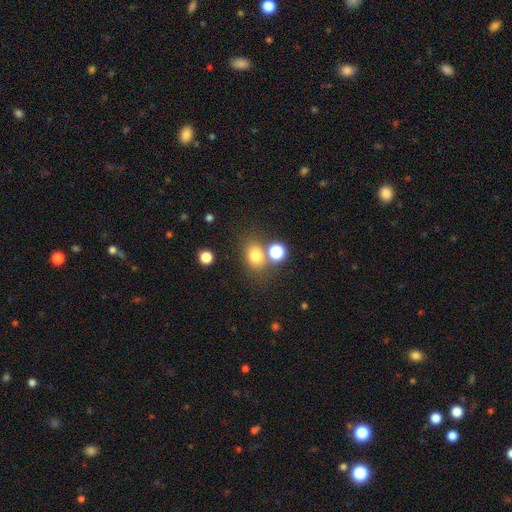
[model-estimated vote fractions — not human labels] A smooth galaxy with no disk features (76%) that is in between round and cigar-shaped (49%, tied with round). Merging: none (67%).